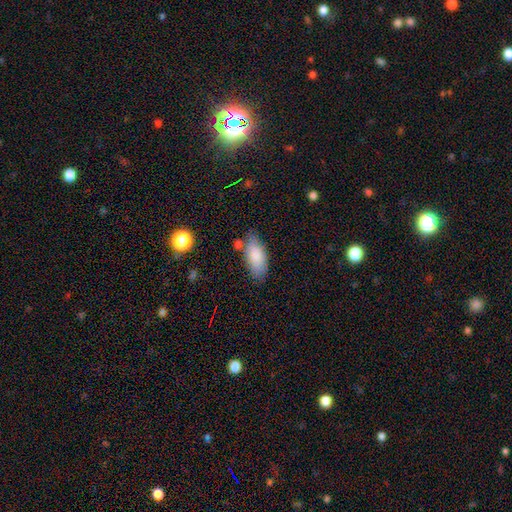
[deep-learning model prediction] smooth-or-featured: smooth: 84% | featured or disk: 9% | star or artifact: 7%
  how-rounded: in between: 89% | cigar-shaped: 9% | round: 2%
  merging: none: 70% | minor disturbance: 19% | merger: 7% | major disturbance: 5%